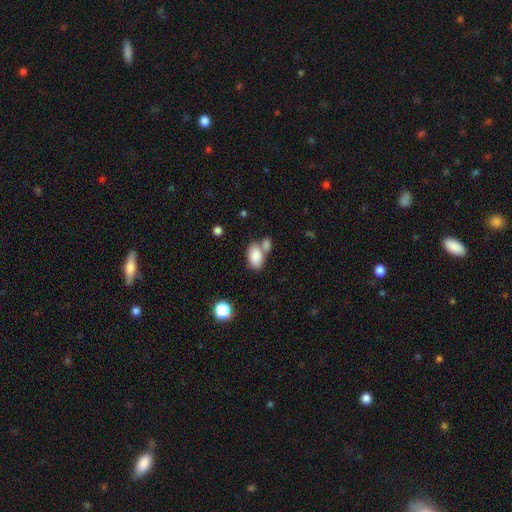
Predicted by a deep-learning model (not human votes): smooth 84%, featured or disk 9%, star or artifact 8%. Down the decision tree: how rounded — in between (92%); merging — none (42%).